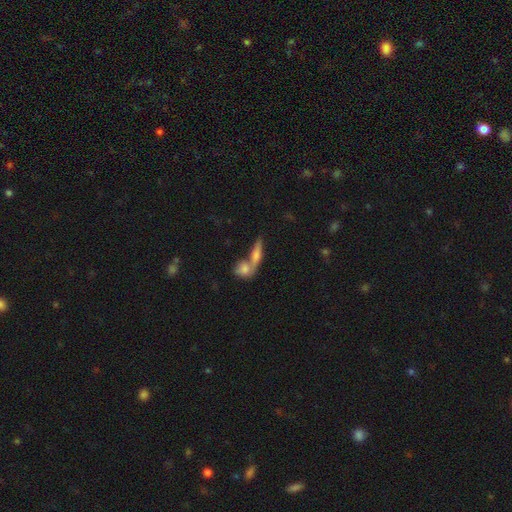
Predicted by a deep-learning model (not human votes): Morphology: type=smooth (53%); roundness=cigar-shaped (52%); merging=merger (48%).